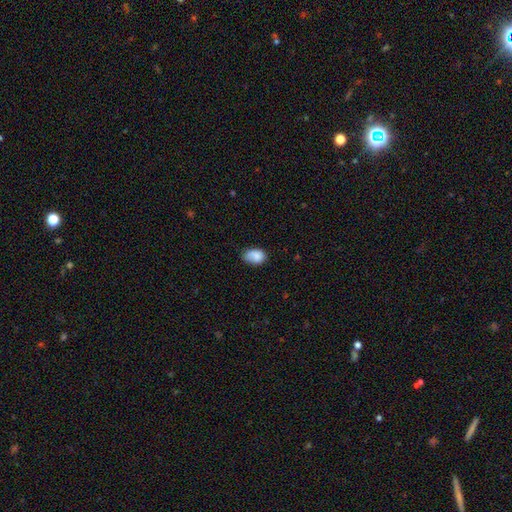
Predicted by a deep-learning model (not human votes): Q: Smooth or featured?
A: smooth (83%); runner-up: featured or disk (10%)
Q: How rounded?
A: in between (81%); runner-up: round (17%)
Q: Merging?
A: none (55%); runner-up: minor disturbance (32%)